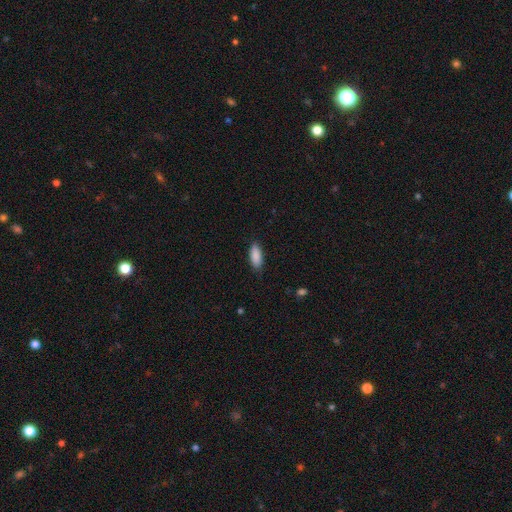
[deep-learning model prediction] Q: Smooth or featured?
A: smooth (90%); runner-up: star or artifact (6%)
Q: How rounded?
A: in between (82%); runner-up: cigar-shaped (16%)
Q: Merging?
A: none (85%); runner-up: minor disturbance (12%)